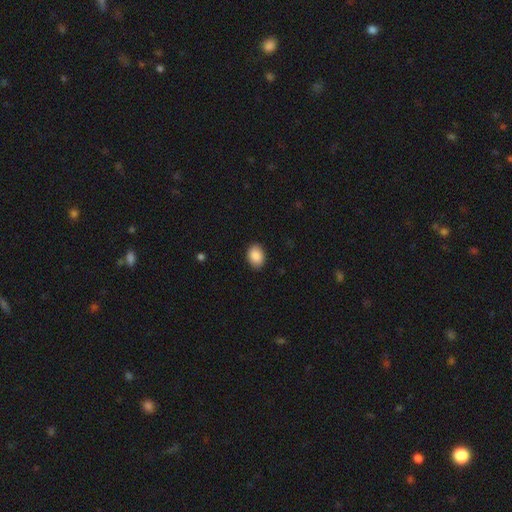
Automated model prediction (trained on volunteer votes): Morphology: type=smooth (89%); roundness=in between (78%); merging=none (89%).